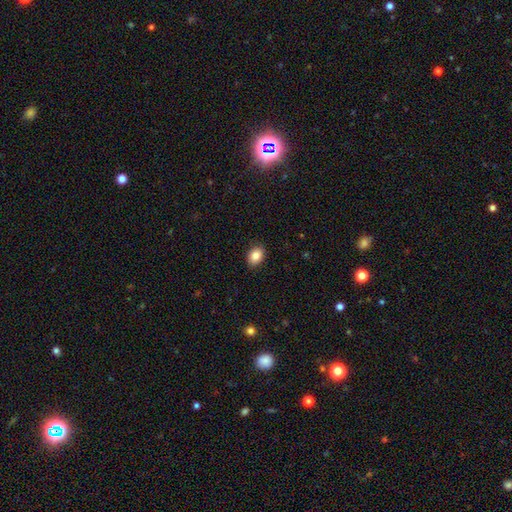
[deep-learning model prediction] A smooth galaxy with no disk features (85%) that is in between round and cigar-shaped (72%).

Vote fractions:
- Smooth or featured? smooth: 85% / star or artifact: 8% / featured or disk: 7%
- How rounded? in between: 72% / round: 27% / cigar-shaped: 1%
- Merging? none: 89% / minor disturbance: 8% / major disturbance: 2% / merger: 1%